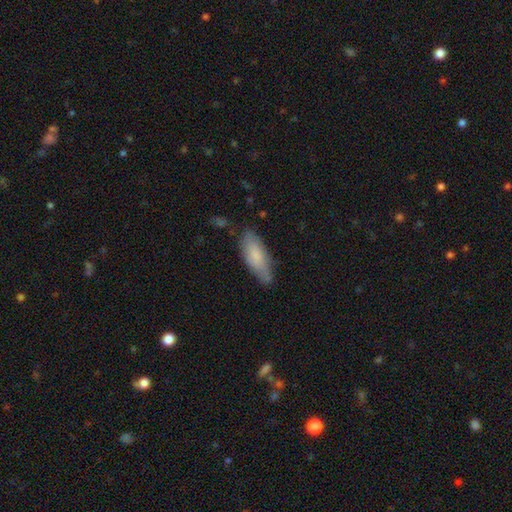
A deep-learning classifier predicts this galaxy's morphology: type=smooth (76%); roundness=in between (68%); merging=none (69%).